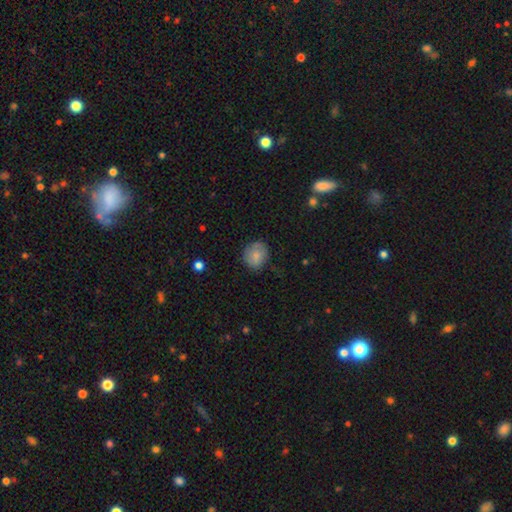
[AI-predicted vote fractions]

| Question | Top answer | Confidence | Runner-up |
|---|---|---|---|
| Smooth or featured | smooth | 80% | featured or disk (12%) |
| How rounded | round | 70% | in between (29%) |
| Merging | none | 74% | minor disturbance (20%) |